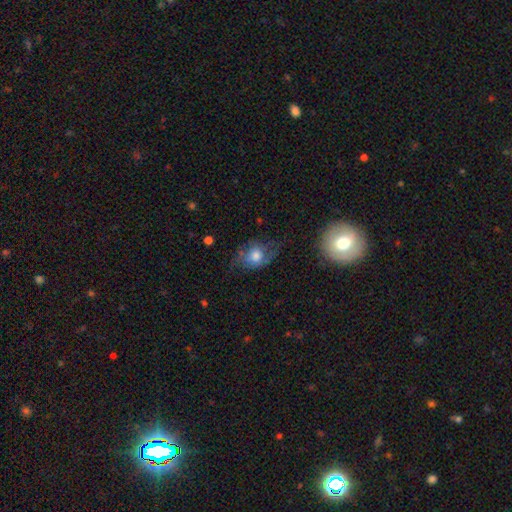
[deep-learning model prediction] A smooth galaxy with no disk features (53%) that is in between round and cigar-shaped (55%).

Vote fractions:
- Smooth or featured? smooth: 53% / featured or disk: 37% / star or artifact: 9%
- How rounded? in between: 55% / round: 43% / cigar-shaped: 2%
- Merging? none: 46% / minor disturbance: 28% / major disturbance: 24% / merger: 3%